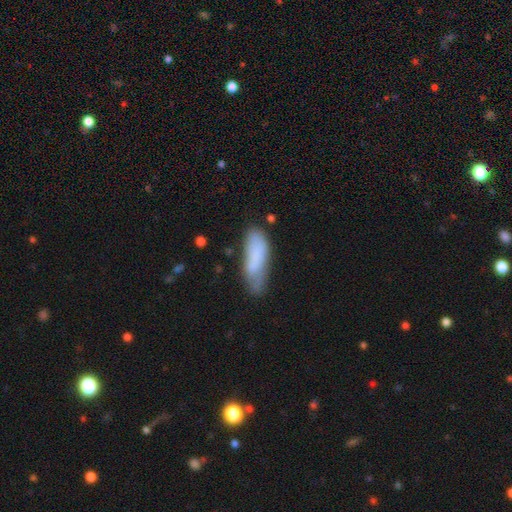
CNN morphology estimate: The model was most divided on "merging": none: 49%, minor disturbance: 33%, major disturbance: 13%, merger: 5%. More confident: smooth or featured — smooth (77%); how rounded — in between (57%).